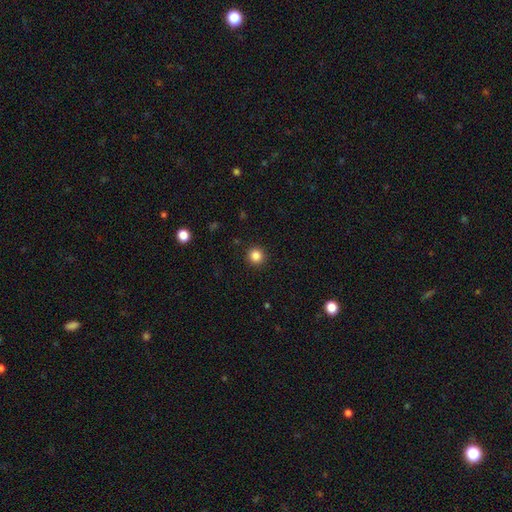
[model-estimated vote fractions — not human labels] The model was most divided on "smooth or featured": smooth: 85%, star or artifact: 11%, featured or disk: 4%. More confident: how rounded — round (95%); merging — none (93%).